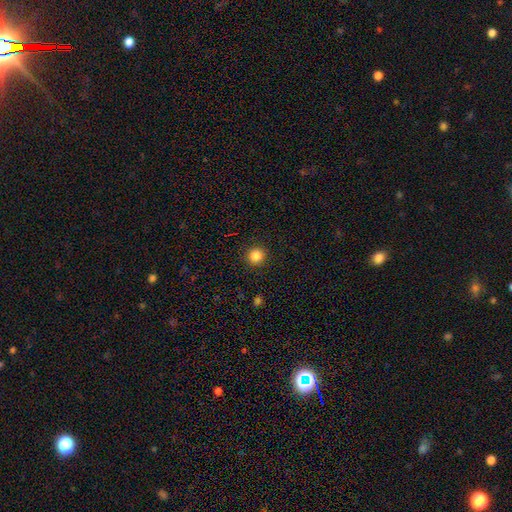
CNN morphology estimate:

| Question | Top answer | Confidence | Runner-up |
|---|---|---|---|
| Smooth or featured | smooth | 86% | star or artifact (11%) |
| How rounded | round | 93% | in between (6%) |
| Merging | none | 92% | minor disturbance (5%) |